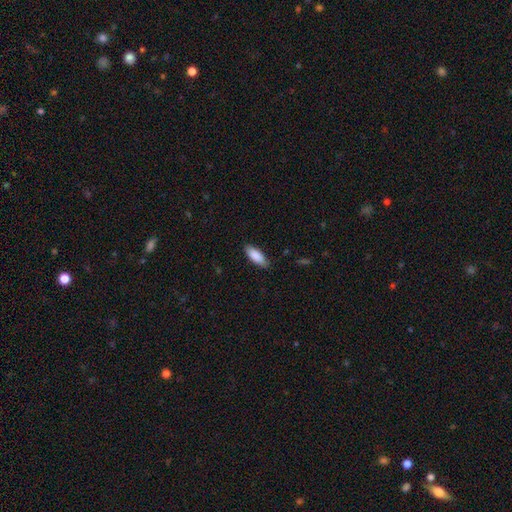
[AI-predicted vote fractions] This appears to be a smooth galaxy with no disk features (89%) that is in between round and cigar-shaped (78%). Merging: none (85%).